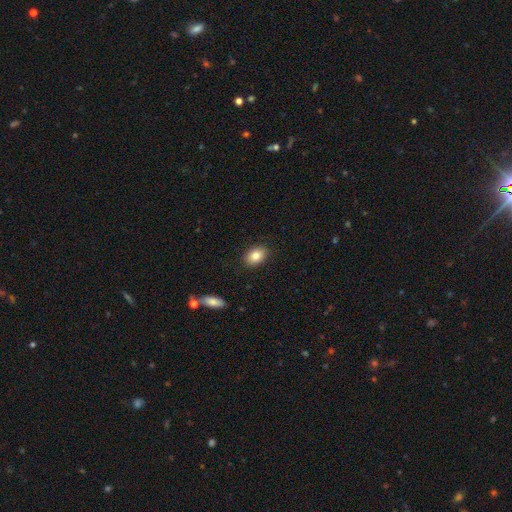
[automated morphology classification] This is clearly a smooth galaxy (83%). How rounded: likely in between (77%). Merging: clearly none (88%).